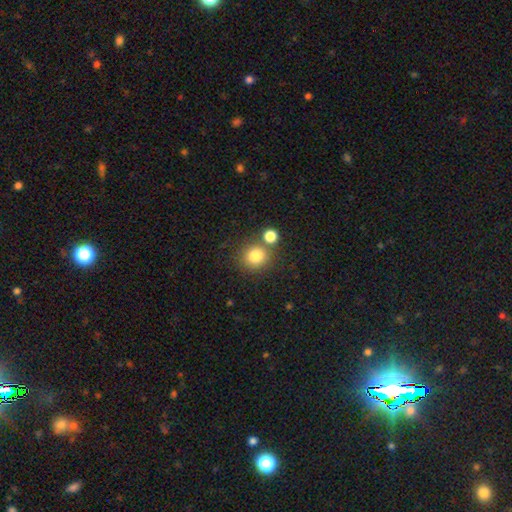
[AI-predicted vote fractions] This appears to be a smooth galaxy with no disk features (81%) that is round (89%). Merging: none (71%).